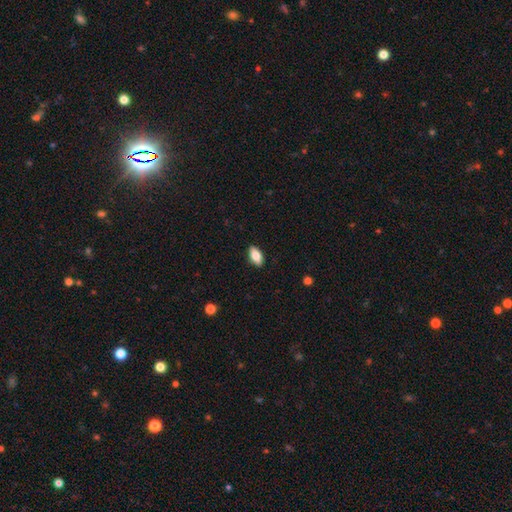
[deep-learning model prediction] Smooth or featured? Predicted: smooth (p=0.79). How rounded? Predicted: in between (p=0.88). Merging? Predicted: none (p=0.89).